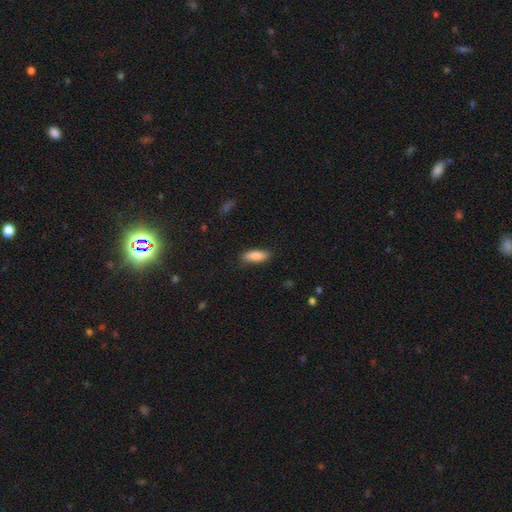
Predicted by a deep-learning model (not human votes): This is clearly a smooth galaxy (85%). How rounded: likely in between (66%). Merging: clearly none (81%).